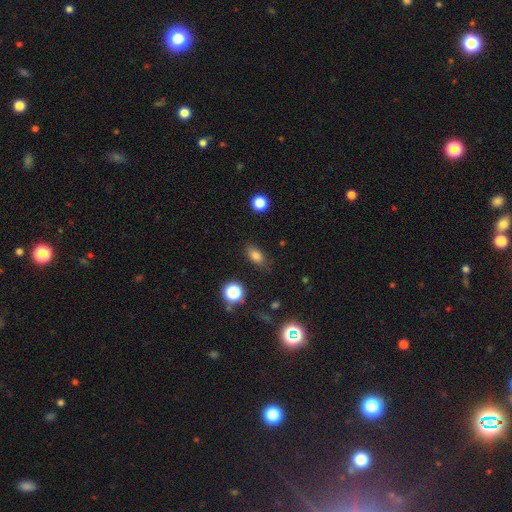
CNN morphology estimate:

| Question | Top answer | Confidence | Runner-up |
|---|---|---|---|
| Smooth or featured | smooth | 80% | star or artifact (13%) |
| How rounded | in between | 83% | round (13%) |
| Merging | none | 81% | minor disturbance (13%) |